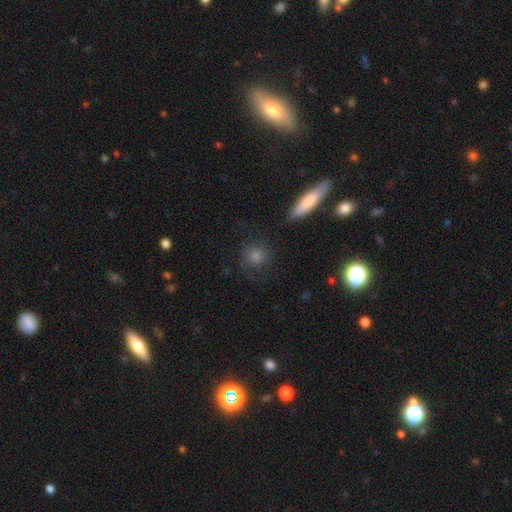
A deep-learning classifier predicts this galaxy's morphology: This is likely a smooth galaxy (63%). How rounded: clearly round (82%). Merging: likely none (79%).